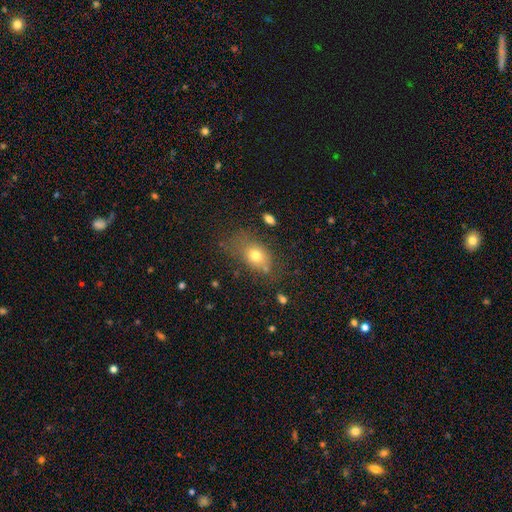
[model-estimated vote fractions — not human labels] This is likely a smooth galaxy (73%). How rounded: likely in between (73%). Merging: possibly none (55%).